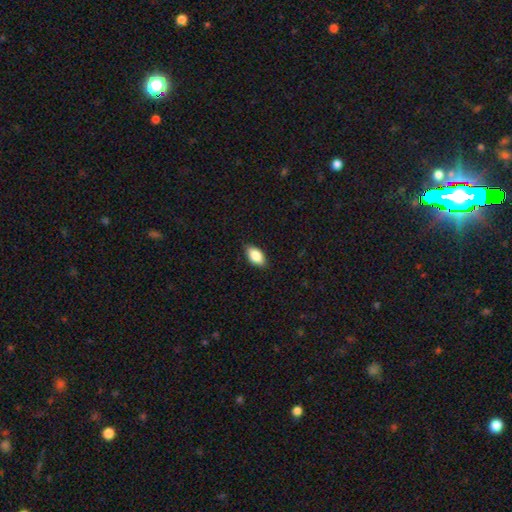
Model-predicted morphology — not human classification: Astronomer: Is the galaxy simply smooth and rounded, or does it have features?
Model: smooth — 85%.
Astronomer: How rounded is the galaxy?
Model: in between — 91%.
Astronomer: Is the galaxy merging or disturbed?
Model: none — 85%.